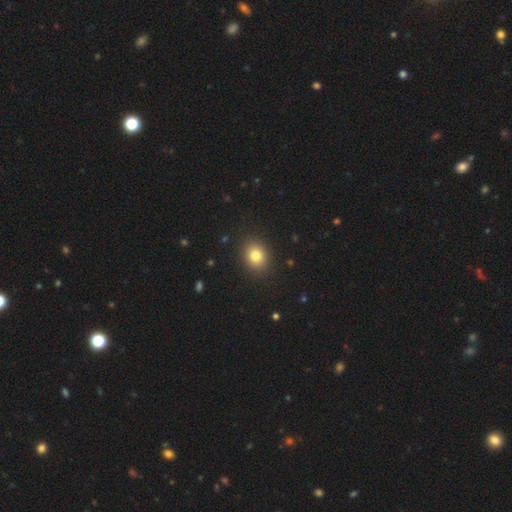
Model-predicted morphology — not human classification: This is clearly a smooth galaxy (81%). How rounded: likely round (65%). Merging: clearly none (89%).